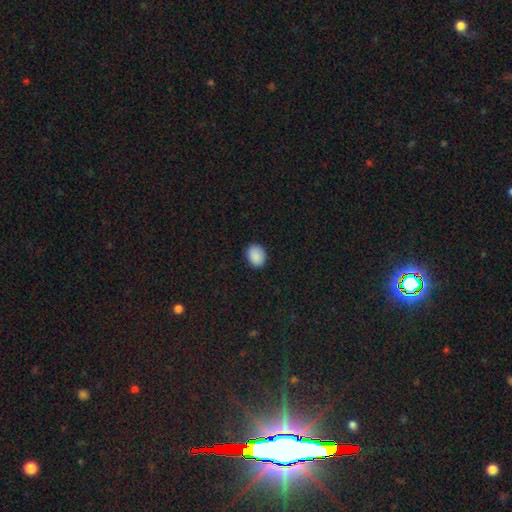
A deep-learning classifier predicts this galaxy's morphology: Smooth or featured? Predicted: smooth (p=0.89). How rounded? Predicted: in between (p=0.54). Merging? Predicted: none (p=0.88).